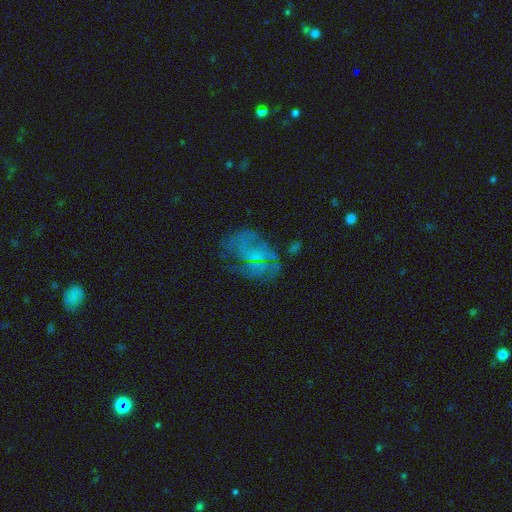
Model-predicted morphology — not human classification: Q: Smooth or featured?
A: featured or disk (58%); runner-up: smooth (27%)
Q: Edge-on disk?
A: no (97%); runner-up: yes (3%)
Q: Bar?
A: no (60%); runner-up: weak (33%)
Q: Spiral arms?
A: yes (57%); runner-up: no (43%)
Q: Bulge size?
A: none (47%); runner-up: small (40%)
Q: Merging?
A: none (43%); runner-up: major disturbance (31%)